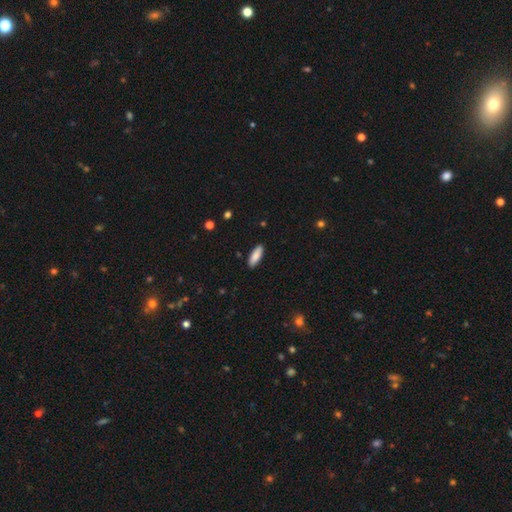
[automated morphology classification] Smooth or featured?
  - smooth: 86% *
  - featured or disk: 8%
  - star or artifact: 6%
How rounded?
  - in between: 60% *
  - cigar-shaped: 38%
  - round: 2%
Merging?
  - none: 89% *
  - minor disturbance: 8%
  - major disturbance: 2%
  - merger: 1%